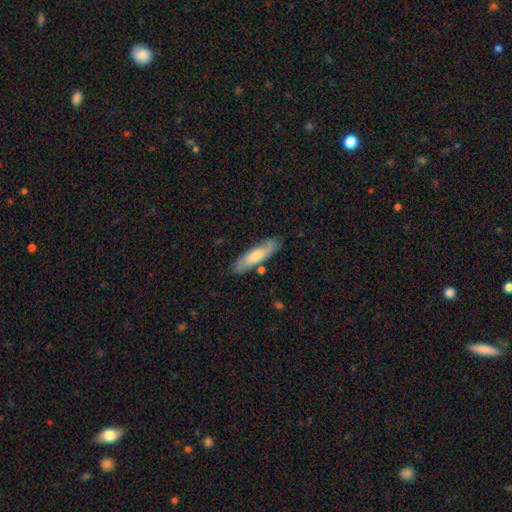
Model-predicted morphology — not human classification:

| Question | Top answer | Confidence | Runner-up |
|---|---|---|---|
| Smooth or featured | smooth | 62% | featured or disk (32%) |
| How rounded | cigar-shaped | 68% | in between (30%) |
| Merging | none | 80% | minor disturbance (14%) |